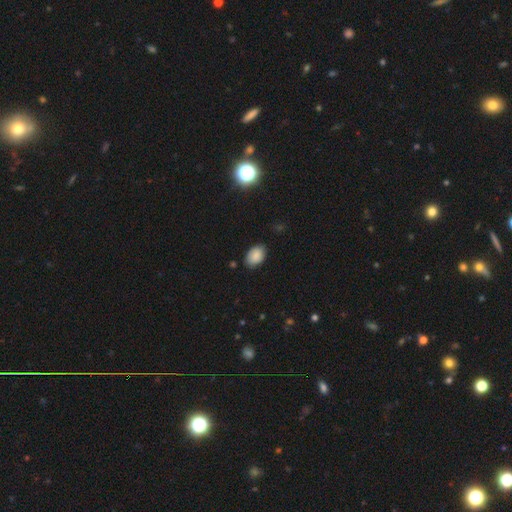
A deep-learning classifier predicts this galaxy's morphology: Smooth or featured? Predicted: smooth (p=0.86). How rounded? Predicted: in between (p=0.86). Merging? Predicted: none (p=0.83).